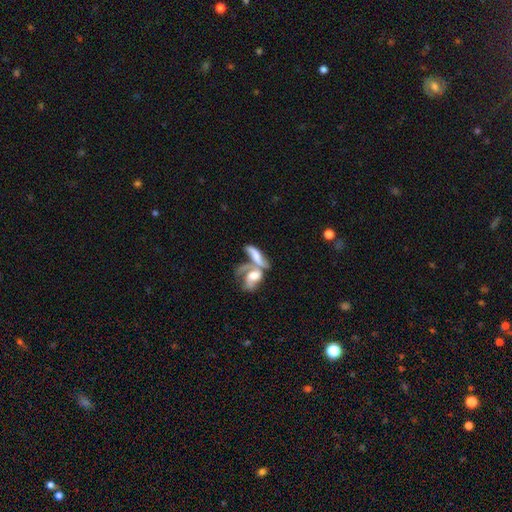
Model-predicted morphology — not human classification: type=featured or disk (46%); merging=merger (65%).